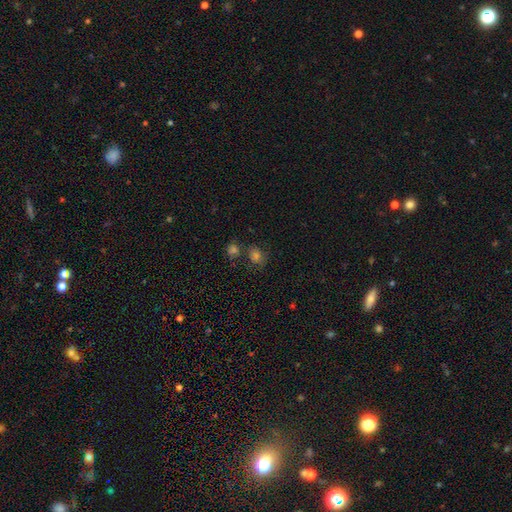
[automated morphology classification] Smooth or featured: smooth — 56% (star or artifact — 30%)
How rounded: round — 72% (in between — 27%)
Merging: none — 66% (merger — 16%)